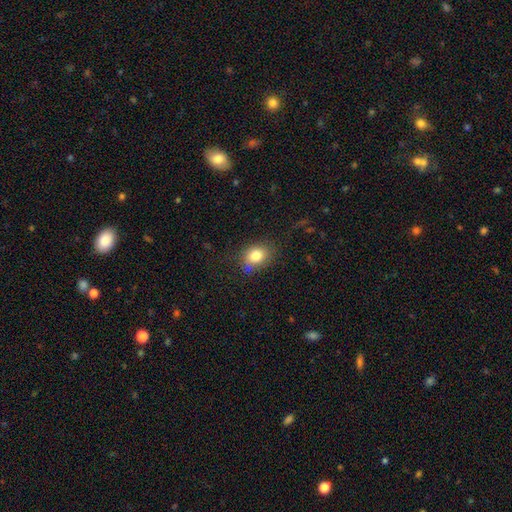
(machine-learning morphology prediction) smooth-or-featured: smooth: 80% | star or artifact: 10% | featured or disk: 9%
  how-rounded: in between: 58% | round: 41% | cigar-shaped: 1%
  merging: none: 66% | minor disturbance: 25% | major disturbance: 7% | merger: 2%